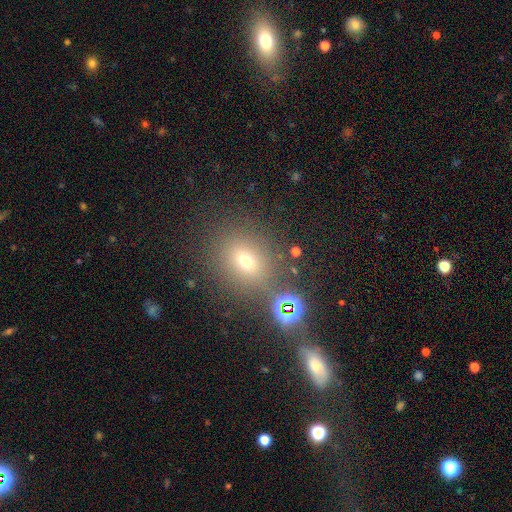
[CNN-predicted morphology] A smooth galaxy with no disk features (58%) that is round (68%). Merging: none (73%).